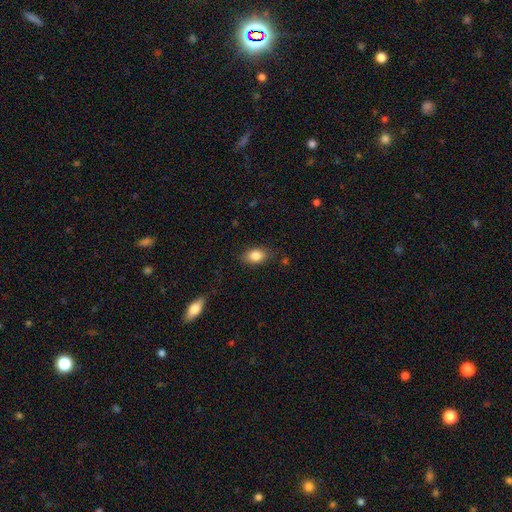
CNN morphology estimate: smooth-or-featured: smooth: 84% | star or artifact: 8% | featured or disk: 7%
  how-rounded: in between: 83% | round: 15% | cigar-shaped: 2%
  merging: none: 82% | minor disturbance: 14% | major disturbance: 3% | merger: 1%